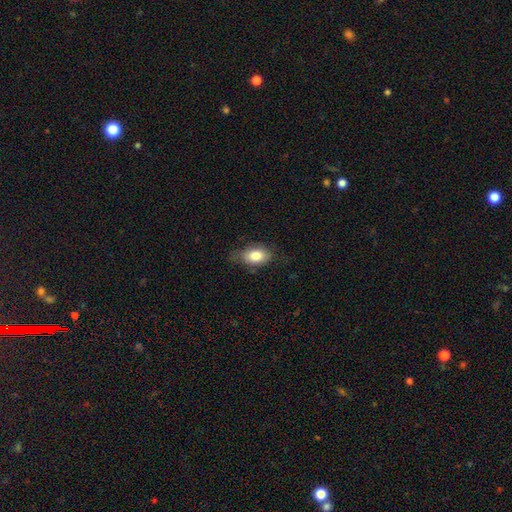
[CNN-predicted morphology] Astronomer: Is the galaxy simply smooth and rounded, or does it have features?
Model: smooth — 81%.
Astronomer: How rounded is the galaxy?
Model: in between — 86%.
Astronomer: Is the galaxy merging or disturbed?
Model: none — 64%.